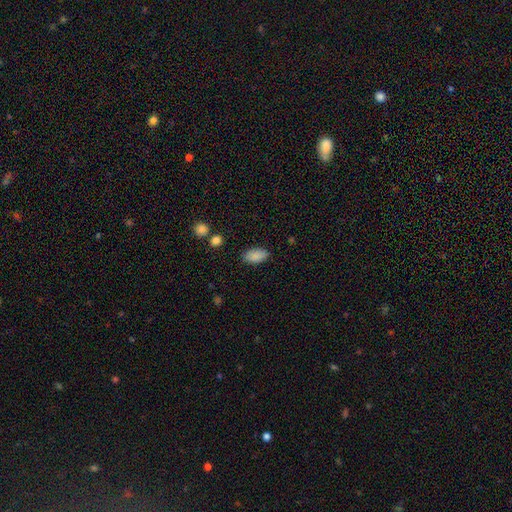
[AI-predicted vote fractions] This is clearly a smooth galaxy (88%). How rounded: clearly in between (93%). Merging: clearly none (84%).